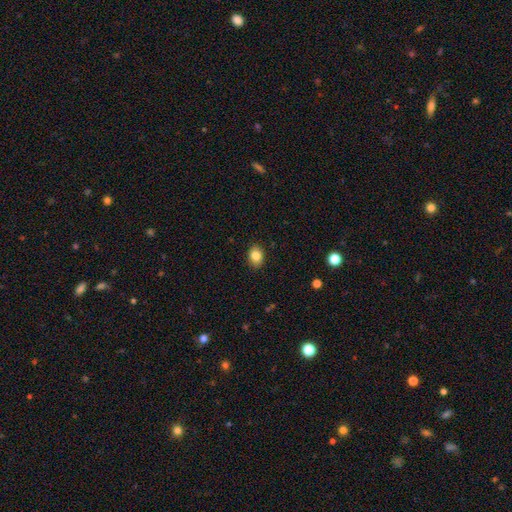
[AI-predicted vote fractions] Morphology: type=smooth (84%); roundness=in between (68%); merging=none (88%).